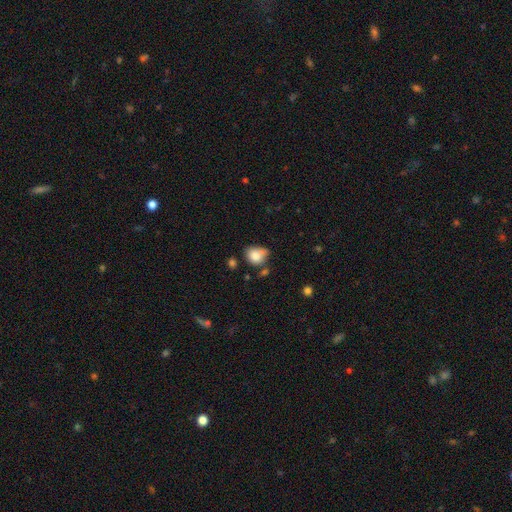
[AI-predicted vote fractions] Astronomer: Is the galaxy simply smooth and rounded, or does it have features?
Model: smooth — 81%.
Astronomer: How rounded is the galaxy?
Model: round — 53% (runner-up: in between, 46%).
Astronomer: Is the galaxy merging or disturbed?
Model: none — 42% (runner-up: minor disturbance, 36%).